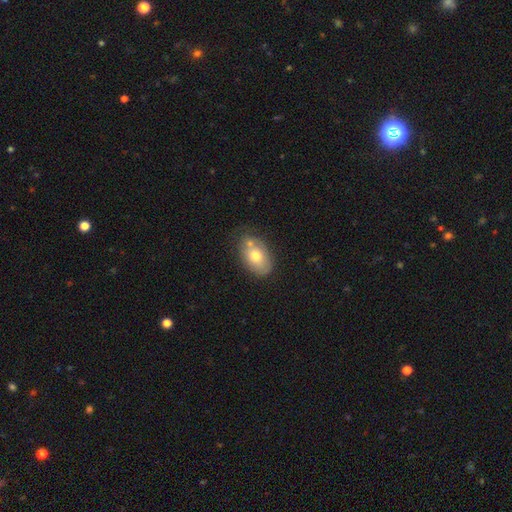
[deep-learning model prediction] Smooth or featured: smooth — 69% (featured or disk — 23%)
How rounded: in between — 86% (round — 13%)
Merging: none — 59% (minor disturbance — 20%)